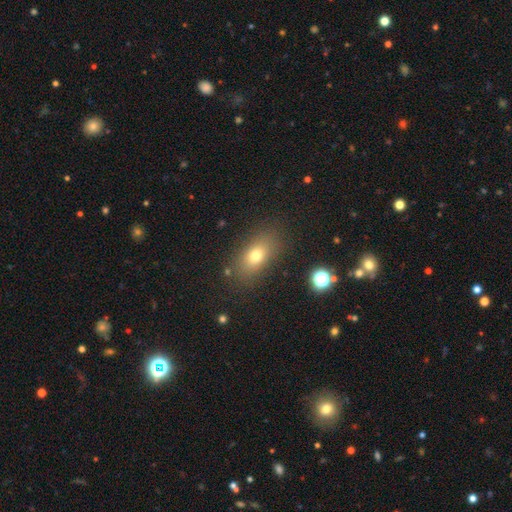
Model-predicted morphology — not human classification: This appears to be a smooth galaxy with no disk features (72%) that is in between round and cigar-shaped (79%). Merging: none (83%).